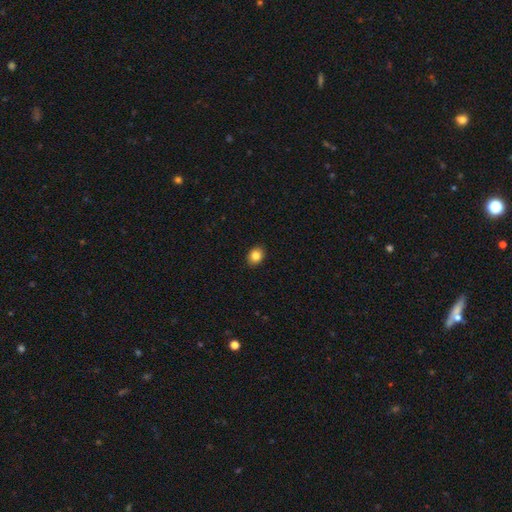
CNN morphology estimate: This is clearly a smooth galaxy (85%). How rounded: possibly in between (53%). Merging: clearly none (89%).